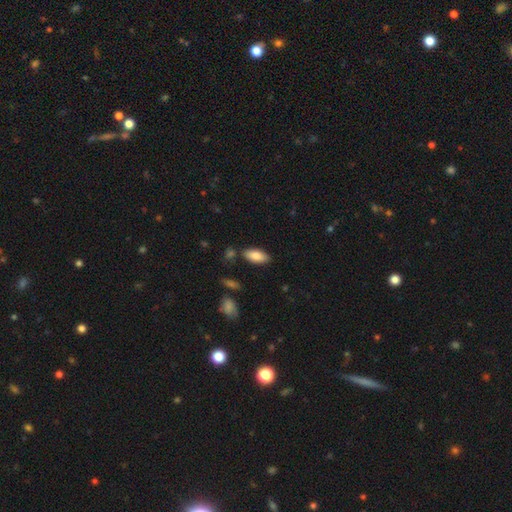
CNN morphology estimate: A smooth galaxy with no disk features (83%) that is in between round and cigar-shaped (88%). Merging: none (82%).